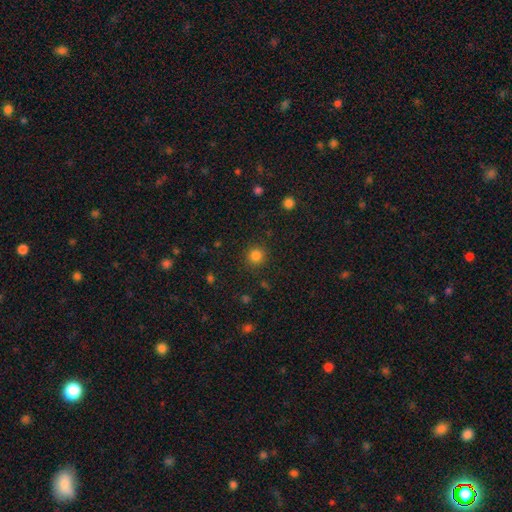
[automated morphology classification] This is clearly a smooth galaxy (84%). How rounded: clearly round (92%). Merging: clearly none (89%).